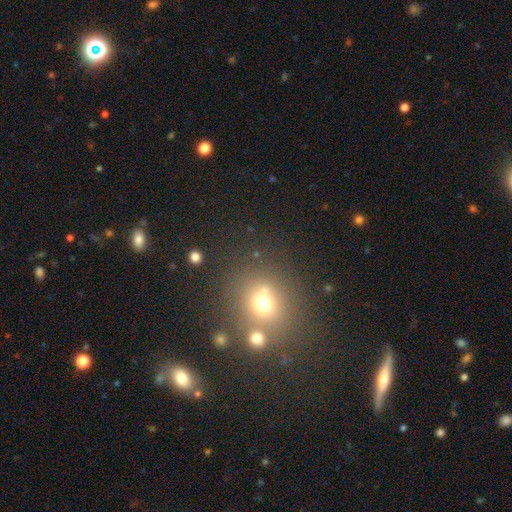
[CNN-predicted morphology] Q: Smooth or featured?
A: smooth (52%); runner-up: star or artifact (38%)
Q: How rounded?
A: round (79%); runner-up: in between (20%)
Q: Merging?
A: none (77%); runner-up: merger (10%)